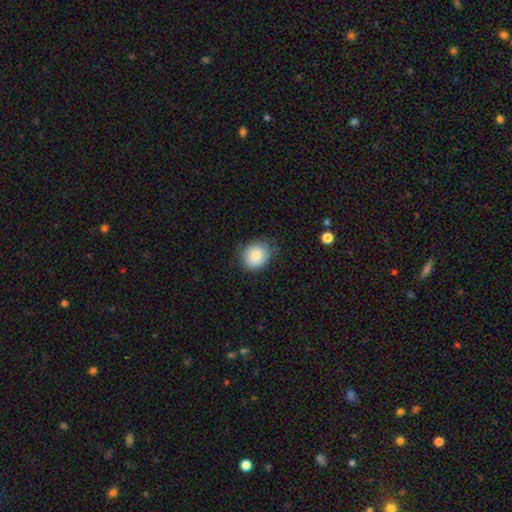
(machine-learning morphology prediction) This is likely a smooth galaxy (80%). How rounded: likely round (64%). Merging: likely none (71%).